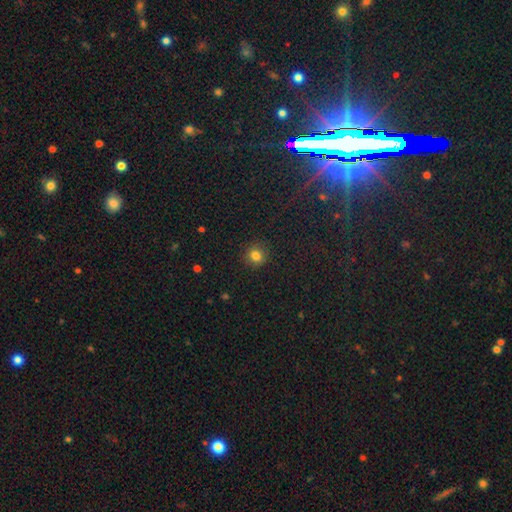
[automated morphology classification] Smooth or featured? smooth (81%)
How rounded? round (88%)
Merging? none (89%)